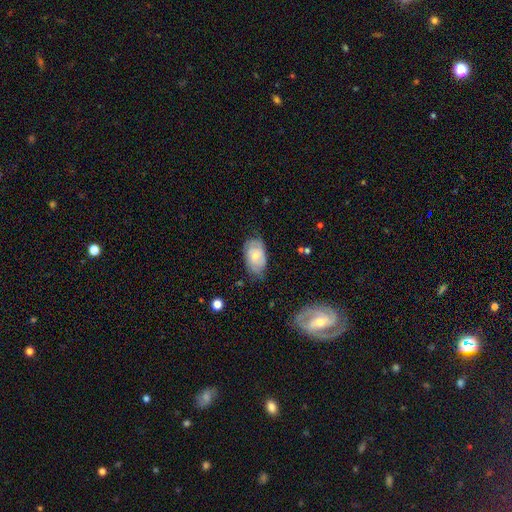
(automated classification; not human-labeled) Overall: smooth (51%; featured or disk 42%). How rounded: in between (91%). Merging: none (62%; minor disturbance 29%).